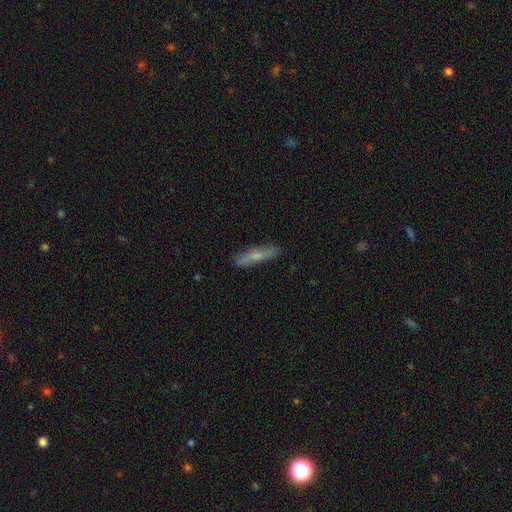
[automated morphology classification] type=smooth (56%); roundness=cigar-shaped (86%); merging=none (86%).